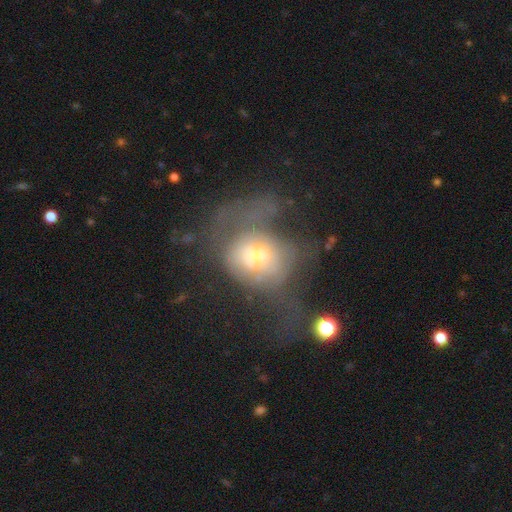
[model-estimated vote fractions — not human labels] Smooth or featured: smooth — 48% (featured or disk — 41%)
Merging: major disturbance — 57% (none — 19%)